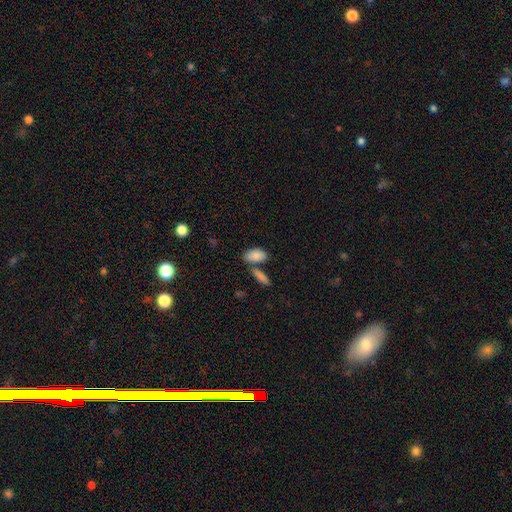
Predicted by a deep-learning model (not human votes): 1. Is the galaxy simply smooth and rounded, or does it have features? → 86% smooth, 7% featured or disk, 7% star or artifact.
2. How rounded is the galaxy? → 90% in between, 5% cigar-shaped, 5% round.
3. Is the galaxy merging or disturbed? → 58% none, 26% merger, 13% minor disturbance, 4% major disturbance.